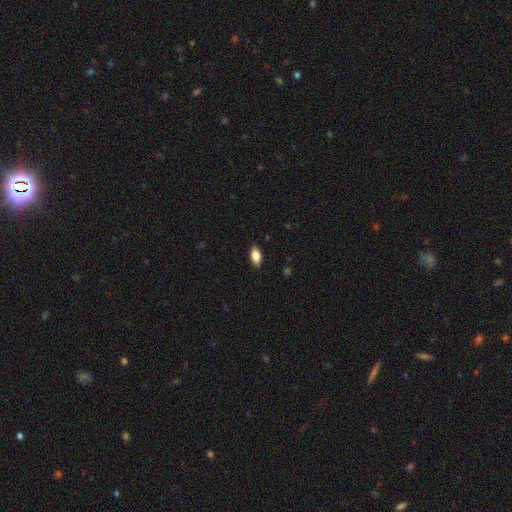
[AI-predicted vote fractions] The model was most divided on "smooth or featured": smooth: 81%, featured or disk: 12%, star or artifact: 7%. More confident: how rounded — in between (88%); merging — none (87%).